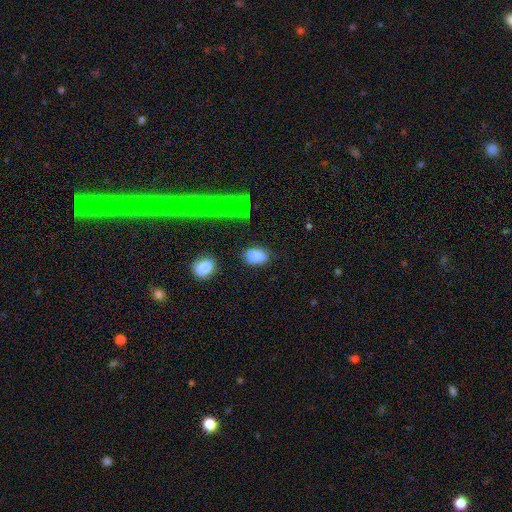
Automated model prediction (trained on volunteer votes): A smooth galaxy with no disk features (81%) that is in between round and cigar-shaped (88%). Merging: none (65%).